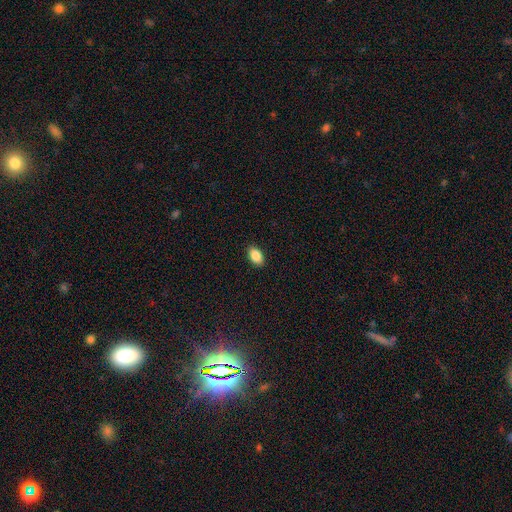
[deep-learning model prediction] smooth 87%, star or artifact 8%, featured or disk 5%. Down the decision tree: how rounded — in between (91%); merging — none (89%).